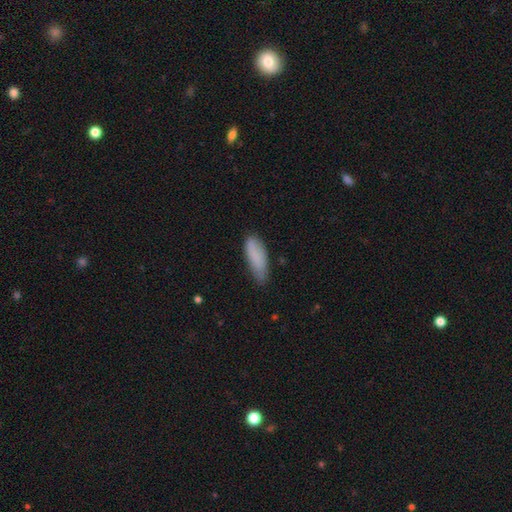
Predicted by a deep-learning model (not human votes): Morphology: type=smooth (83%); roundness=in between (59%); merging=none (63%).